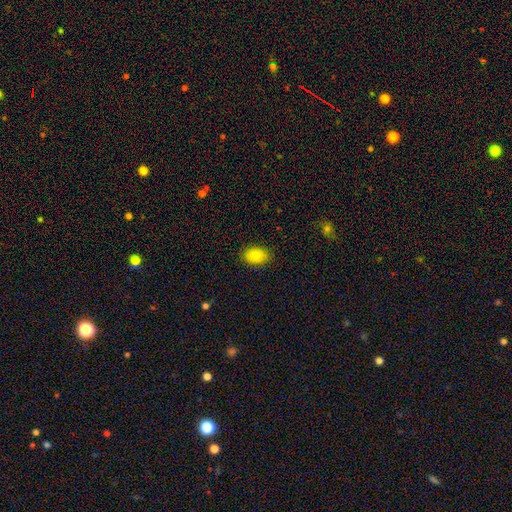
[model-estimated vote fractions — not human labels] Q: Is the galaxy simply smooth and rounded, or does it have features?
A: smooth — 85%.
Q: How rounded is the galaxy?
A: in between — 87%.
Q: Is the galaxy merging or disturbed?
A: none — 87%.